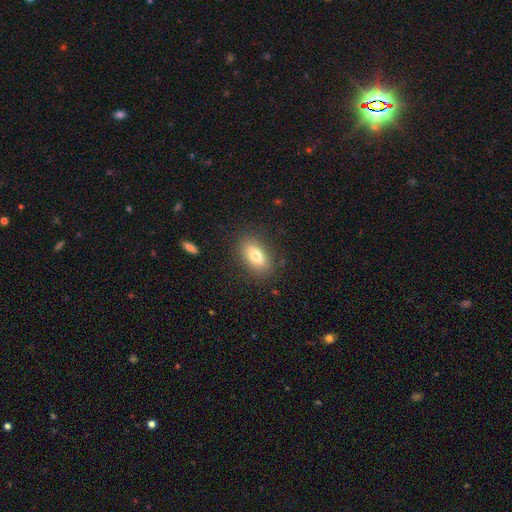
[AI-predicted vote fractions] Smooth or featured?
  - smooth: 77% *
  - featured or disk: 15%
  - star or artifact: 8%
How rounded?
  - in between: 86% *
  - cigar-shaped: 8%
  - round: 6%
Merging?
  - none: 85% *
  - minor disturbance: 10%
  - major disturbance: 3%
  - merger: 1%